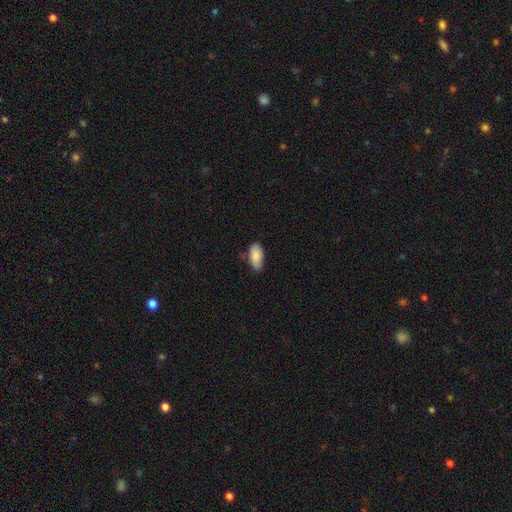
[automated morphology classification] smooth_or_featured: smooth (p=0.86) [alt: featured or disk p=0.08]
how_rounded: in between (p=0.93) [alt: cigar-shaped p=0.05]
merging: none (p=0.73) [alt: minor disturbance p=0.22]